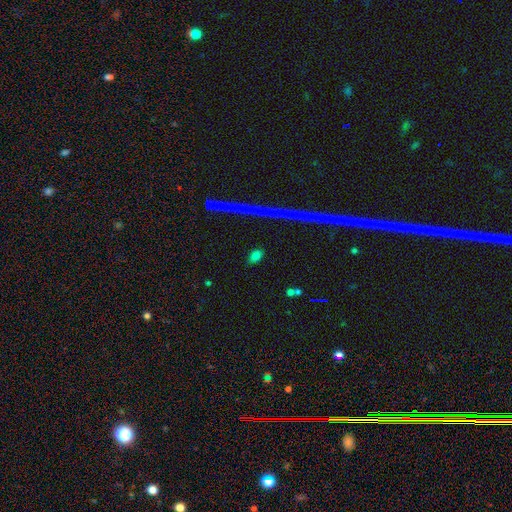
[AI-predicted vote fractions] Q: Smooth or featured?
A: smooth (75%); runner-up: star or artifact (16%)
Q: How rounded?
A: in between (83%); runner-up: round (13%)
Q: Merging?
A: none (87%); runner-up: minor disturbance (9%)